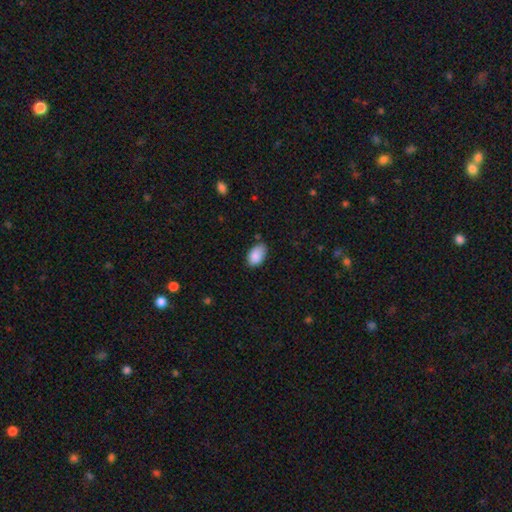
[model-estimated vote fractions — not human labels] Smooth or featured: smooth — 87% (star or artifact — 7%)
How rounded: in between — 91% (round — 8%)
Merging: none — 68% (minor disturbance — 26%)